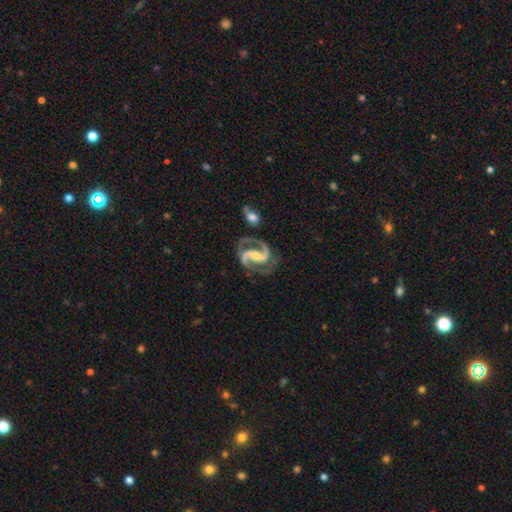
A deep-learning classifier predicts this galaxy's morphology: This is clearly a featured or disk galaxy (94%). It is clearly not viewed edge-on (98%). Bar: possibly strong (45%). Spiral arm pattern: clearly yes (99%). Spiral arm count: clearly 2 (94%). Spiral winding: likely medium (66%). Central bulge: possibly small (47%). Merging: likely none (72%).